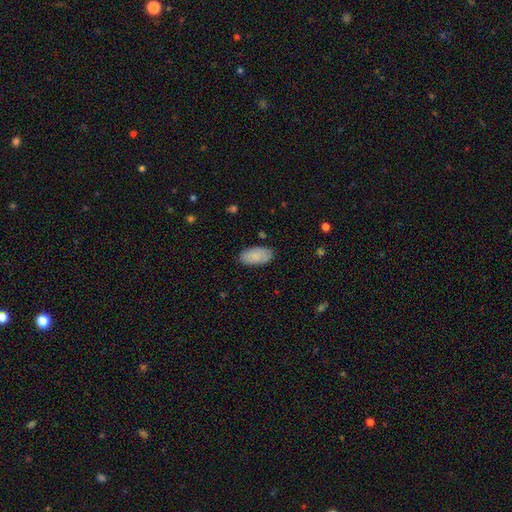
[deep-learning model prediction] Smooth or featured?
  - smooth: 84% *
  - featured or disk: 10%
  - star or artifact: 6%
How rounded?
  - in between: 95% *
  - cigar-shaped: 3%
  - round: 2%
Merging?
  - none: 83% *
  - minor disturbance: 13%
  - major disturbance: 3%
  - merger: 1%